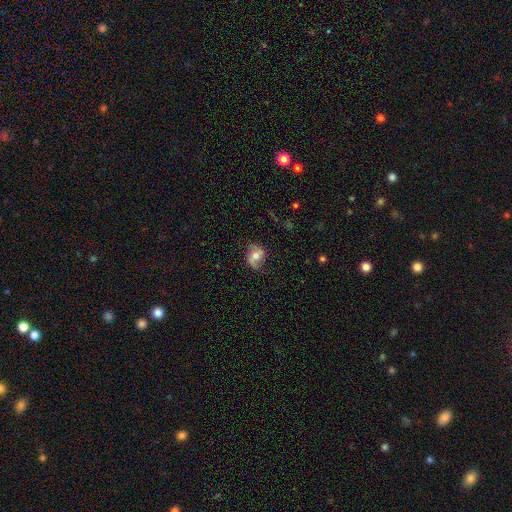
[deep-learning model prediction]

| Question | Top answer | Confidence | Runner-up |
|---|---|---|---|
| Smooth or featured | featured or disk | 50% | smooth (41%) |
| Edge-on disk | no | 96% | yes (4%) |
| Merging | none | 68% | minor disturbance (23%) |